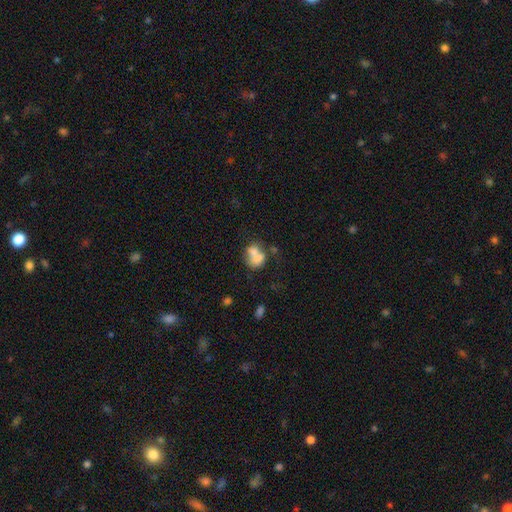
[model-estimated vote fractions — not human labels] A smooth galaxy with no disk features (66%) that is in between round and cigar-shaped (51%). Merging: merger (56%).